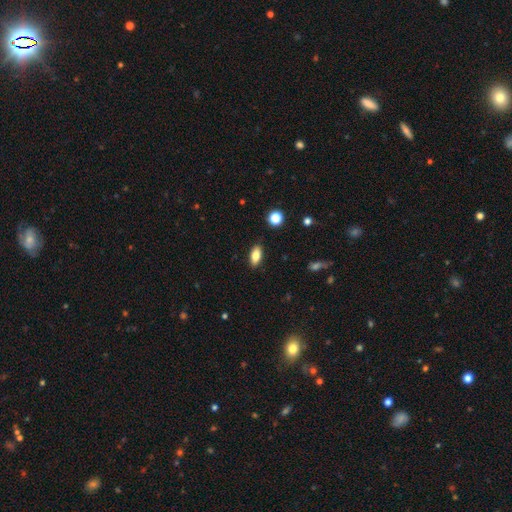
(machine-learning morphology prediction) Overall: smooth (82%). How rounded: in between (87%). Merging: none (88%).